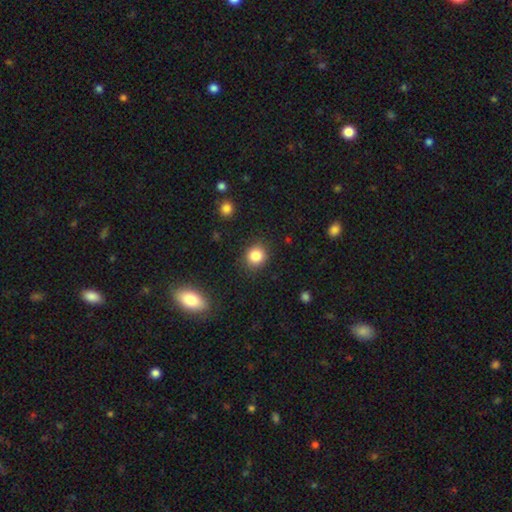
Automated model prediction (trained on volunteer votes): A smooth galaxy with no disk features (86%) that is round (84%). Merging: none (87%).